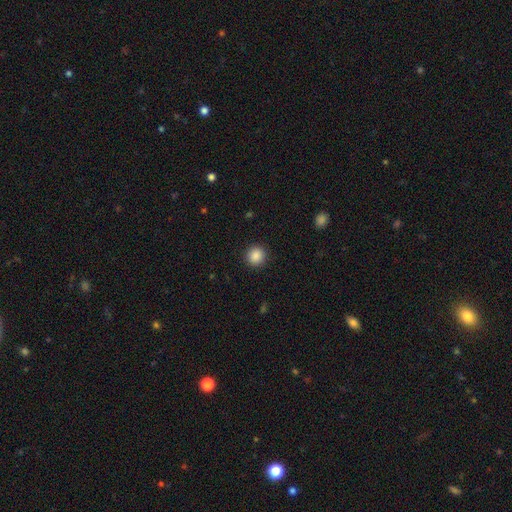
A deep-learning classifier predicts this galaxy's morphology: Smooth or featured: smooth — 87% (star or artifact — 10%)
How rounded: round — 93% (in between — 6%)
Merging: none — 92% (minor disturbance — 5%)